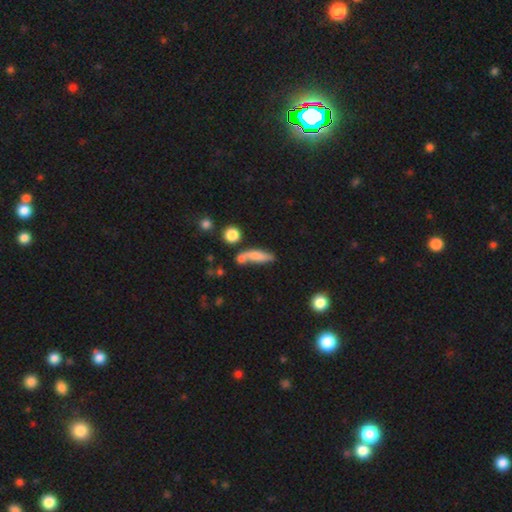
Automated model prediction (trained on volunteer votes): The model was most divided on "how rounded": cigar-shaped: 55%, in between: 39%, round: 6%. Remaining: smooth or featured — smooth (68%); merging — none (45%).